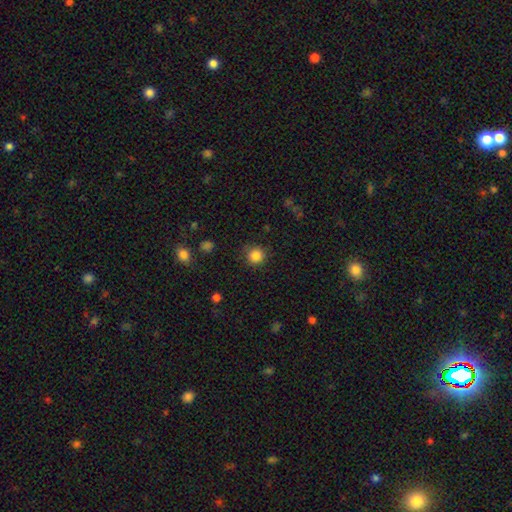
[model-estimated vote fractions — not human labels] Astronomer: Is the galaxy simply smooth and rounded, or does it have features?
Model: smooth — 85%.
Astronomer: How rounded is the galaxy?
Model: round — 93%.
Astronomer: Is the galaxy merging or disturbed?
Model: none — 86%.